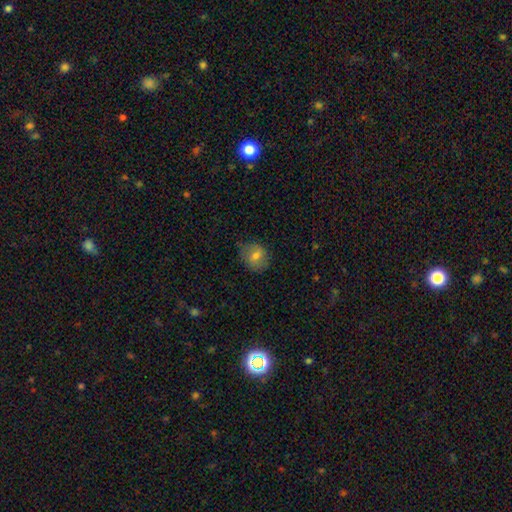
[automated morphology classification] smooth_or_featured: smooth (p=0.73) [alt: featured or disk p=0.18]
how_rounded: round (p=0.70) [alt: in between p=0.29]
merging: none (p=0.77) [alt: minor disturbance p=0.17]